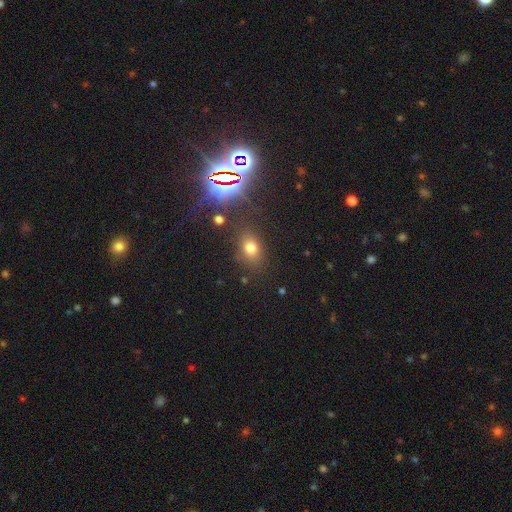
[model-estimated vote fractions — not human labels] Smooth or featured: smooth — 49% (star or artifact — 40%)
Merging: none — 84% (minor disturbance — 9%)